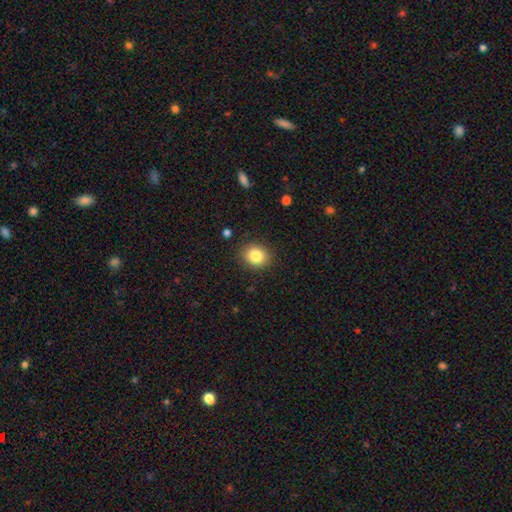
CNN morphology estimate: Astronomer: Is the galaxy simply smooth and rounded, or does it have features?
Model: smooth — 84%.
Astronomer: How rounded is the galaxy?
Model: round — 76%.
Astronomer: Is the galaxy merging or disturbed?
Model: none — 88%.